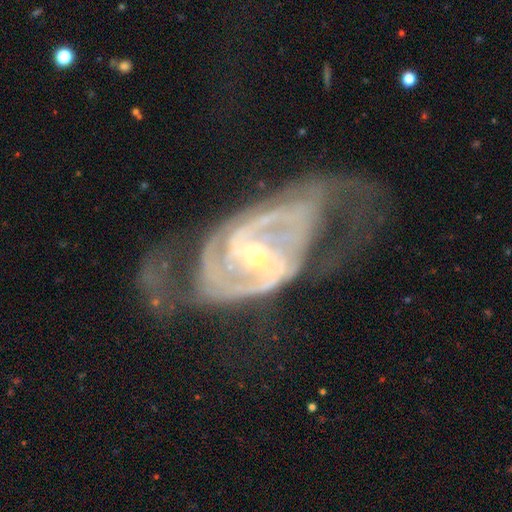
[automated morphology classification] featured or disk 91%, star or artifact 5%, smooth 4%. Down the decision tree: edge-on disk — no (96%); bar — weak (38%, tied with no); spiral arms — yes (96%); spiral arm count — 2 (62%); spiral winding — tight (49%); bulge size — small (61%); merging — major disturbance (37%, tied with none).